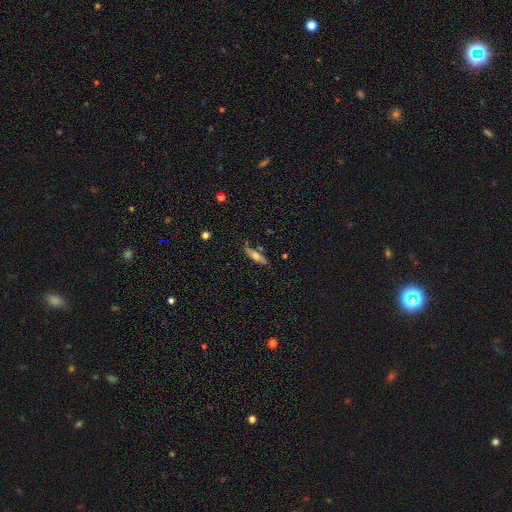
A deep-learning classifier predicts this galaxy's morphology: Smooth or featured?
  - smooth: 48% *
  - featured or disk: 45%
  - star or artifact: 7%
Merging?
  - none: 80% *
  - minor disturbance: 13%
  - merger: 4%
  - major disturbance: 3%